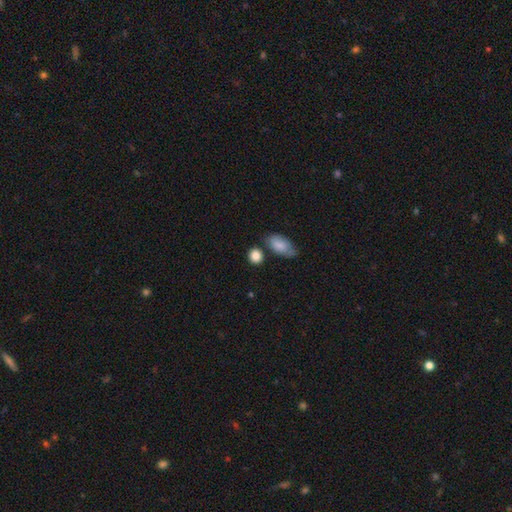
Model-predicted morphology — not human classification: Smooth or featured?
  - smooth: 86% *
  - star or artifact: 8%
  - featured or disk: 5%
How rounded?
  - round: 69% *
  - in between: 30%
  - cigar-shaped: 2%
Merging?
  - none: 72% *
  - minor disturbance: 13%
  - merger: 11%
  - major disturbance: 3%